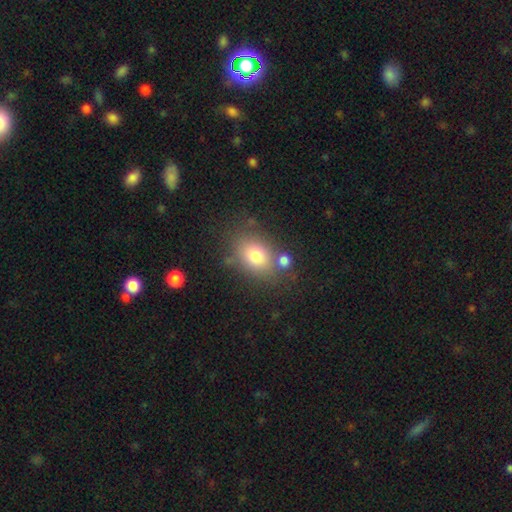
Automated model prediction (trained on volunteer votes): Q: Smooth or featured?
A: smooth (77%); runner-up: featured or disk (13%)
Q: How rounded?
A: in between (70%); runner-up: round (29%)
Q: Merging?
A: none (67%); runner-up: minor disturbance (15%)